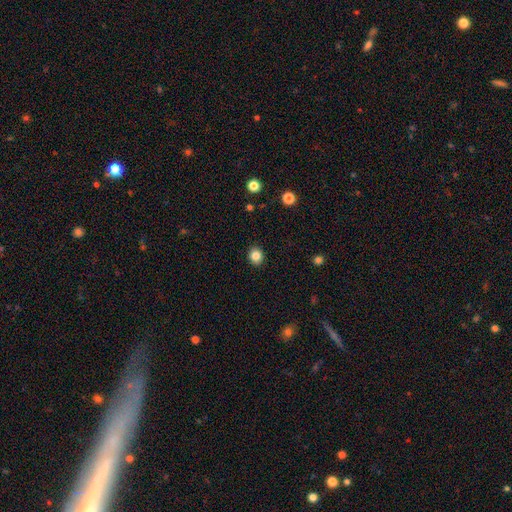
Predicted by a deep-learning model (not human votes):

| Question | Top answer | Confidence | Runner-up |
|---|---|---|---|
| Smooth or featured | smooth | 83% | star or artifact (11%) |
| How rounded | round | 75% | in between (24%) |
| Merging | none | 91% | minor disturbance (6%) |